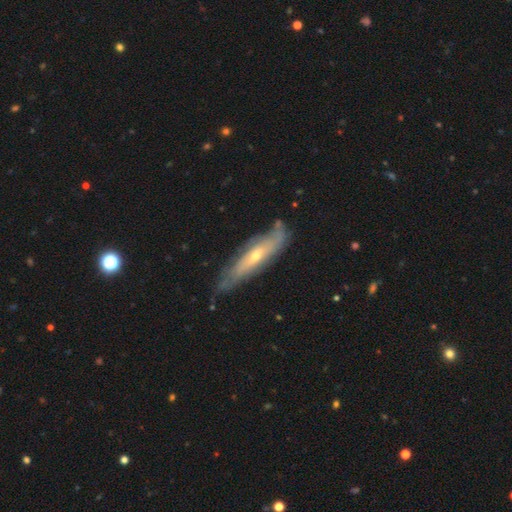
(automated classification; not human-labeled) This appears to be a featured or disk galaxy (68%). Merging: none (67%).